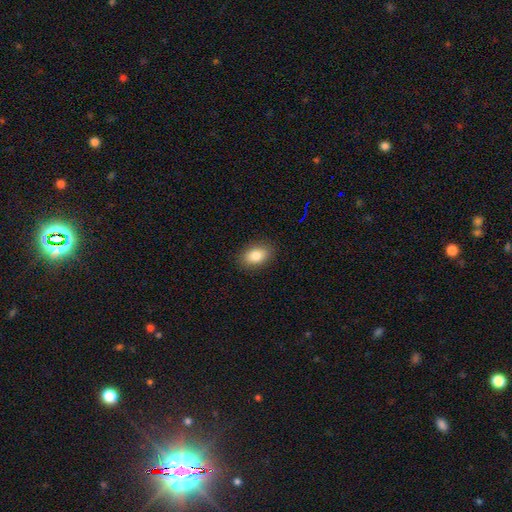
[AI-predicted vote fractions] Smooth or featured: smooth — 84% (star or artifact — 8%)
How rounded: in between — 85% (round — 13%)
Merging: none — 88% (minor disturbance — 9%)